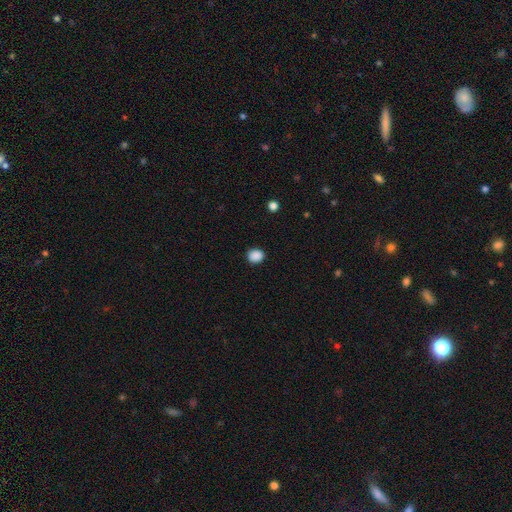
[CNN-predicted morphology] This is clearly a smooth galaxy (89%). How rounded: likely round (67%). Merging: clearly none (89%).